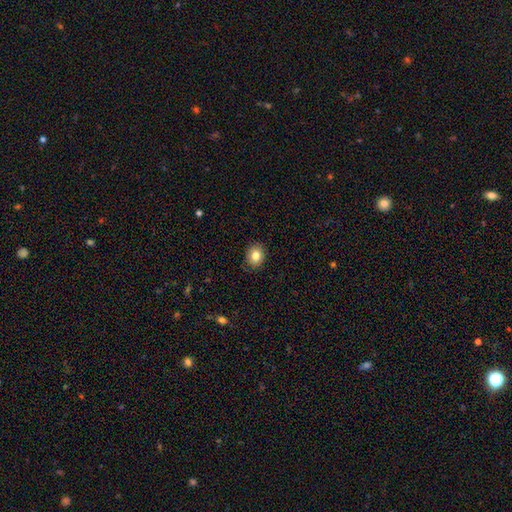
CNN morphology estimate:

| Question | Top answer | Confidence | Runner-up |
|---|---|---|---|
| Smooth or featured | smooth | 82% | star or artifact (9%) |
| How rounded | round | 58% | in between (41%) |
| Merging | none | 88% | minor disturbance (9%) |